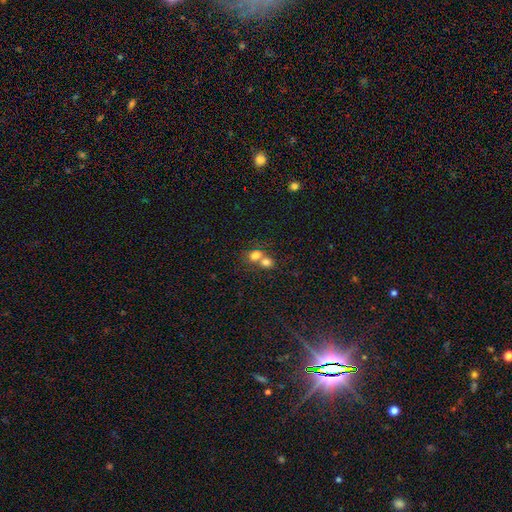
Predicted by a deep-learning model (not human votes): The model was most divided on "how rounded": round: 55%, in between: 44%, cigar-shaped: 1%. More confident: smooth or featured — smooth (75%); merging — merger (66%).